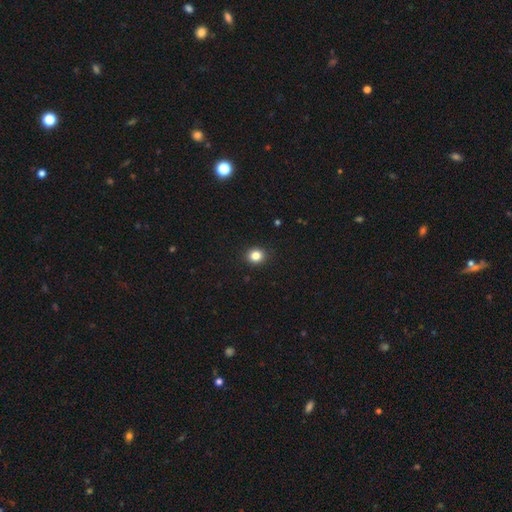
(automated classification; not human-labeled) A smooth galaxy with no disk features (83%) that is round (82%).

Vote fractions:
- Smooth or featured? smooth: 83% / star or artifact: 12% / featured or disk: 5%
- How rounded? round: 82% / in between: 17% / cigar-shaped: 1%
- Merging? none: 92% / minor disturbance: 6% / major disturbance: 2% / merger: 1%